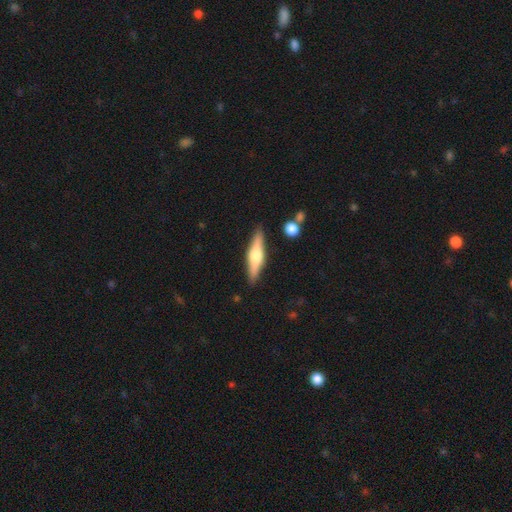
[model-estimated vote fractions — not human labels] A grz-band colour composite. It shows a featured or disk galaxy (56%) viewed edge-on (95%) with a rounded central bulge (89%). Merging: none (87%).